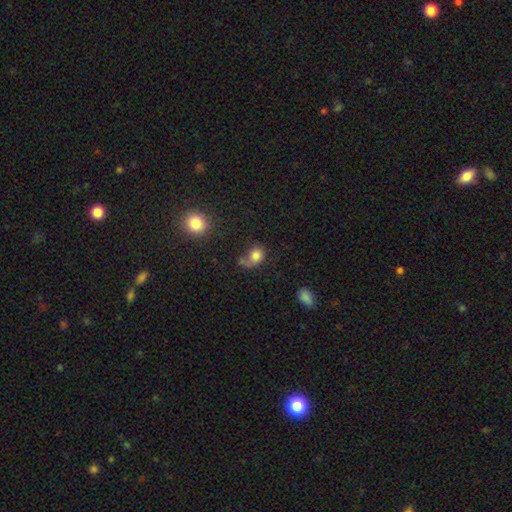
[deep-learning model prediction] Smooth or featured: smooth — 74% (featured or disk — 15%)
How rounded: round — 56% (in between — 43%)
Merging: none — 33% (tied with major disturbance — 33%)